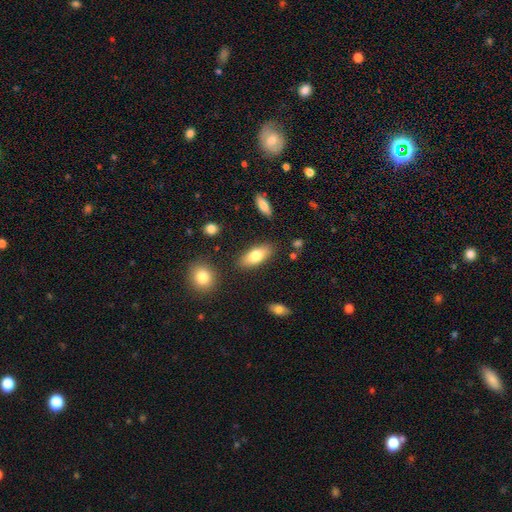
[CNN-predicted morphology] smooth 76%, featured or disk 18%, star or artifact 7%. Down the decision tree: how rounded — in between (80%); merging — none (83%).